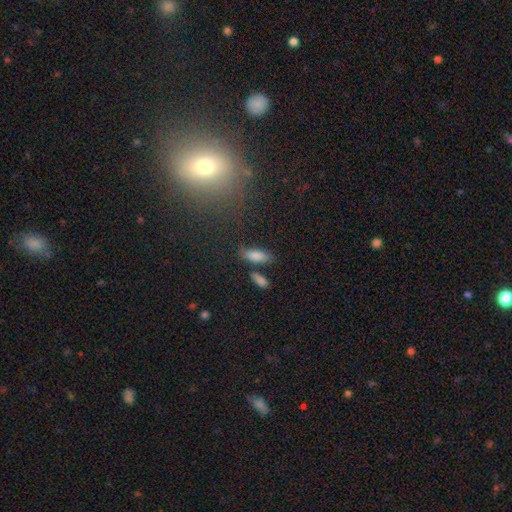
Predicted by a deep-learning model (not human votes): The model was most divided on "merging": none: 62%, minor disturbance: 18%, merger: 13%, major disturbance: 6%. More confident: smooth or featured — smooth (82%); how rounded — in between (72%).